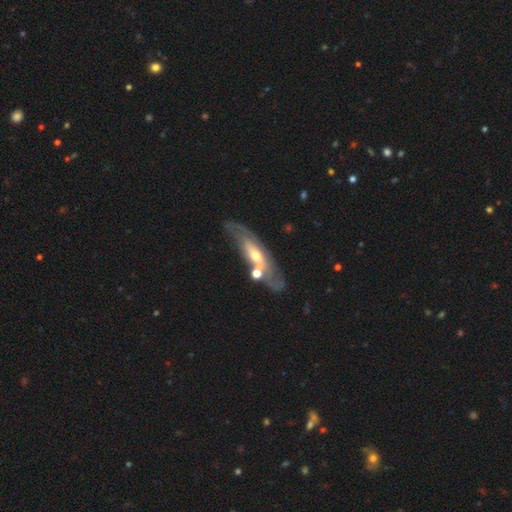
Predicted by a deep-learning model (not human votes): Smooth or featured? Predicted: featured or disk (p=0.70). Edge-on disk? Predicted: no (p=0.70). Merging? Predicted: none (p=0.56).